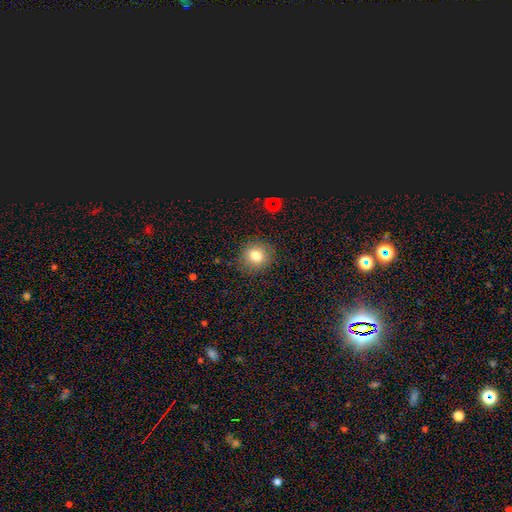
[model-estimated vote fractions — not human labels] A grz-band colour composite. It shows a smooth galaxy with no disk features (79%) that is round (88%). Merging: none (88%).